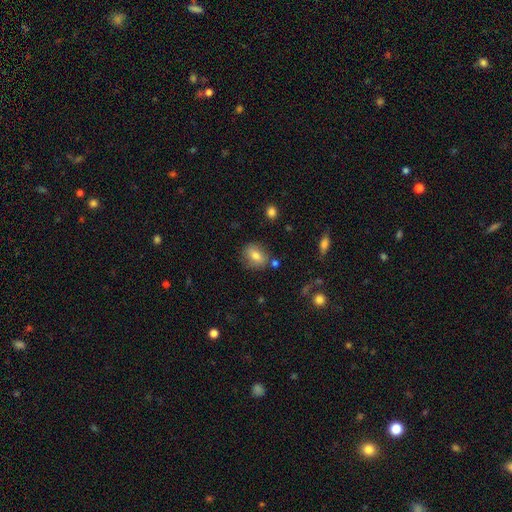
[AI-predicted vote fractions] Morphology: type=smooth (74%); roundness=in between (57%); merging=none (77%).